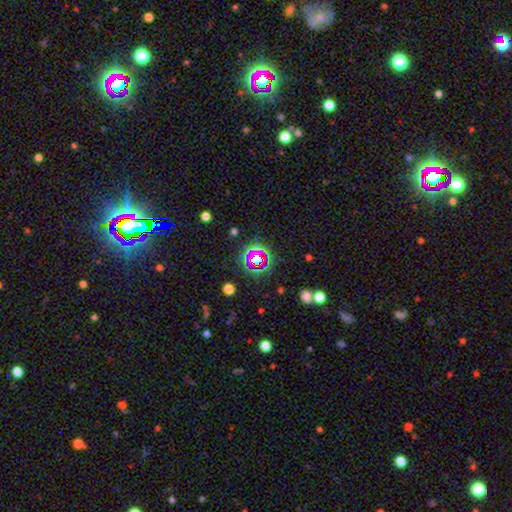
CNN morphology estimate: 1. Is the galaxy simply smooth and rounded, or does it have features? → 66% star or artifact, 23% smooth, 11% featured or disk.